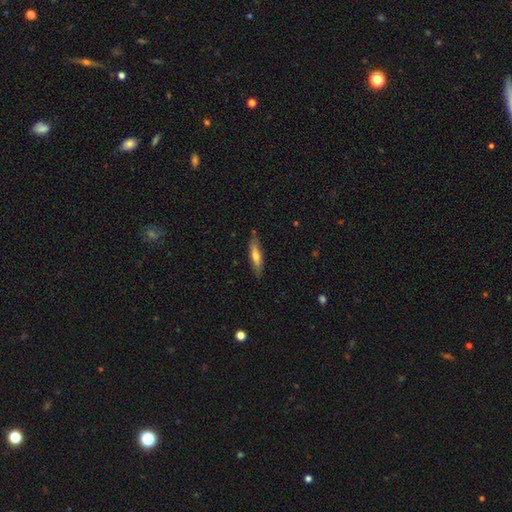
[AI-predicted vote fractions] A smooth galaxy with no disk features (59%) that is cigar-shaped (71%). Merging: none (81%).